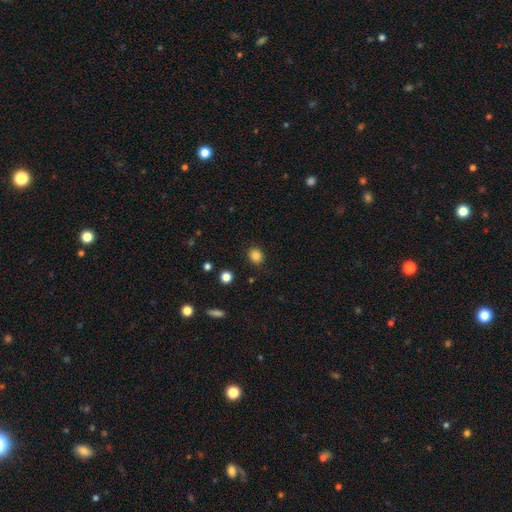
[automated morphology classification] smooth_or_featured: smooth (p=0.84) [alt: star or artifact p=0.11]
how_rounded: round (p=0.65) [alt: in between p=0.34]
merging: none (p=0.85) [alt: minor disturbance p=0.10]